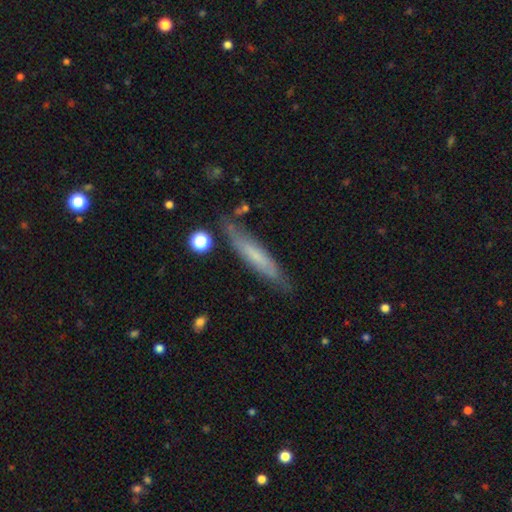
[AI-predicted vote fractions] Q: Smooth or featured?
A: smooth (52%); runner-up: featured or disk (41%)
Q: How rounded?
A: cigar-shaped (87%); runner-up: in between (11%)
Q: Merging?
A: none (75%); runner-up: minor disturbance (18%)